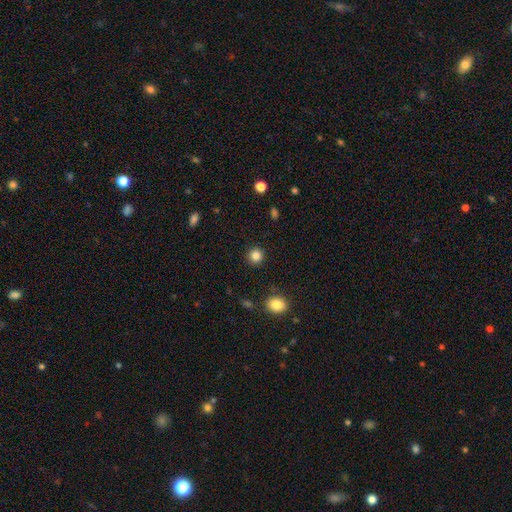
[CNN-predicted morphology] Q: Smooth or featured?
A: smooth (85%); runner-up: star or artifact (11%)
Q: How rounded?
A: round (92%); runner-up: in between (7%)
Q: Merging?
A: none (91%); runner-up: minor disturbance (5%)